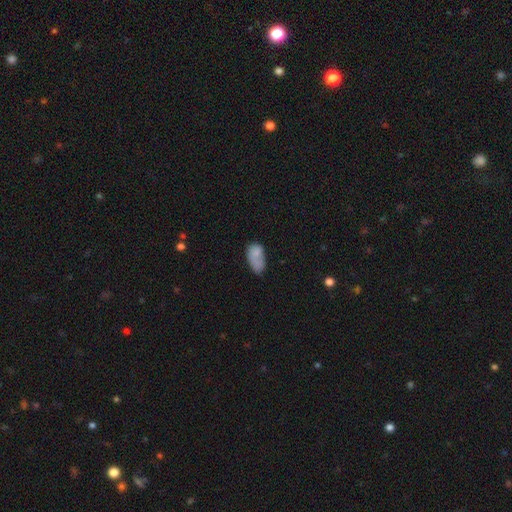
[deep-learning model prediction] Smooth or featured? smooth (75%)
How rounded? in between (90%)
Merging? none (33%)